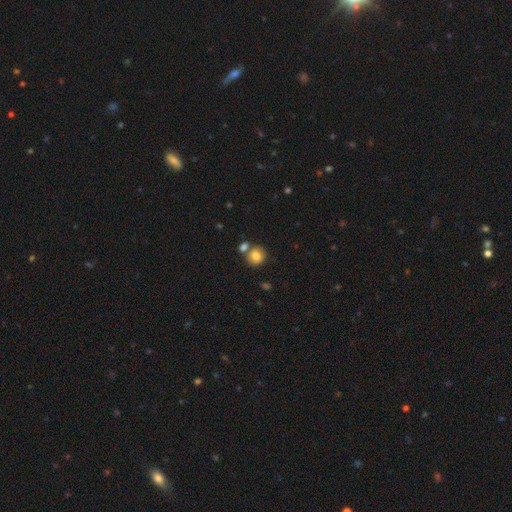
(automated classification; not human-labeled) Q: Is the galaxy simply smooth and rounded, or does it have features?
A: smooth — 81%.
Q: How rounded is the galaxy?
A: round — 86%.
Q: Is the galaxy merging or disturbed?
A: none — 64%.